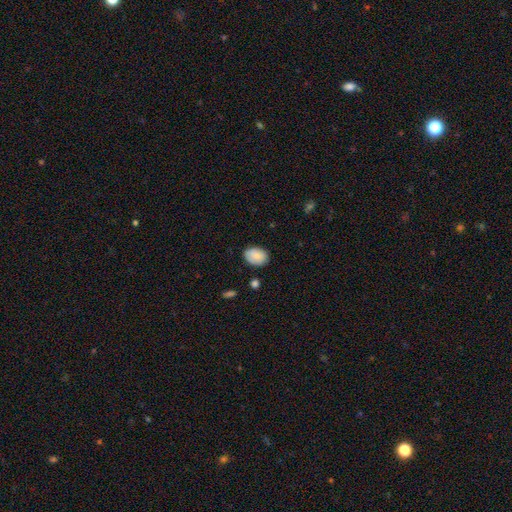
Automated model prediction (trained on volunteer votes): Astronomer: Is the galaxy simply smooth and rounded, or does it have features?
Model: smooth — 85%.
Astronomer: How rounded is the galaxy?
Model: in between — 76%.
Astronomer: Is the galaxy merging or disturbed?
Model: none — 79%.